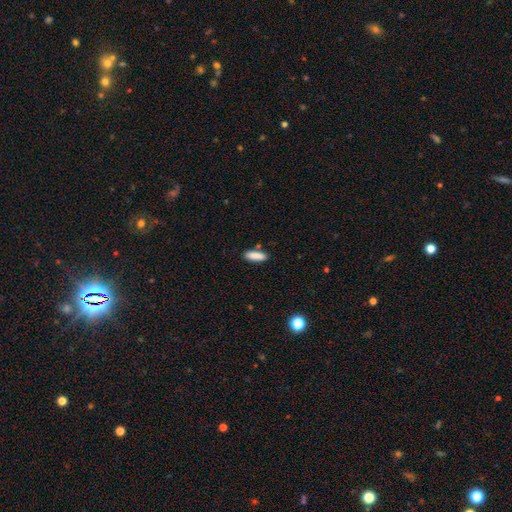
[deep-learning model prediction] Morphology: type=smooth (87%); roundness=cigar-shaped (54%); merging=none (84%).